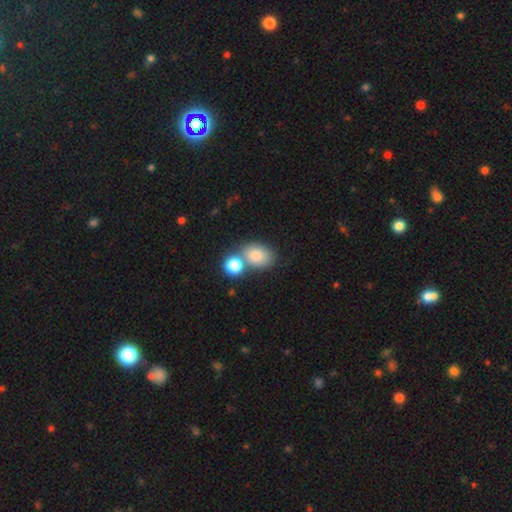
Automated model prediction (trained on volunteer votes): Overall: smooth (82%). How rounded: in between (66%; round 33%). Merging: none (45%; merger 39%).